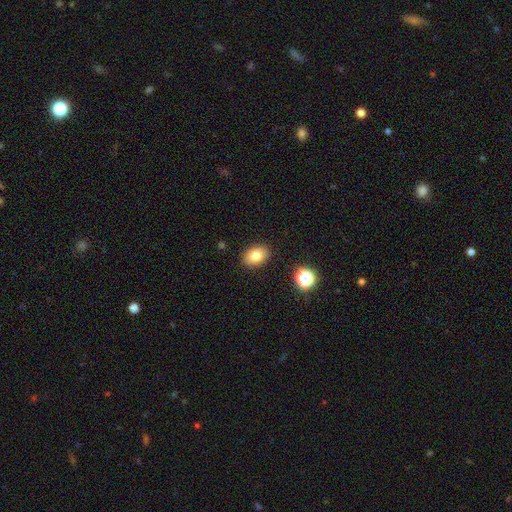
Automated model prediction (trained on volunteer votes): The model was most divided on "how rounded": in between: 76%, round: 23%, cigar-shaped: 1%. More confident: merging — none (88%); smooth or featured — smooth (80%).